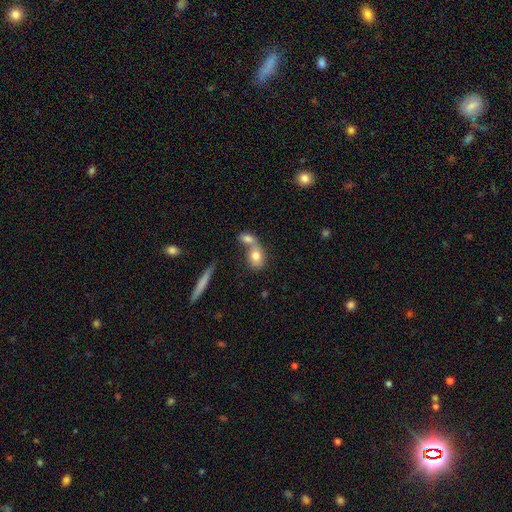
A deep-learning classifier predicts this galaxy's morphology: The model was most divided on "merging": merger: 58%, none: 27%, minor disturbance: 9%, major disturbance: 6%. More confident: smooth or featured — smooth (75%); how rounded — in between (63%).